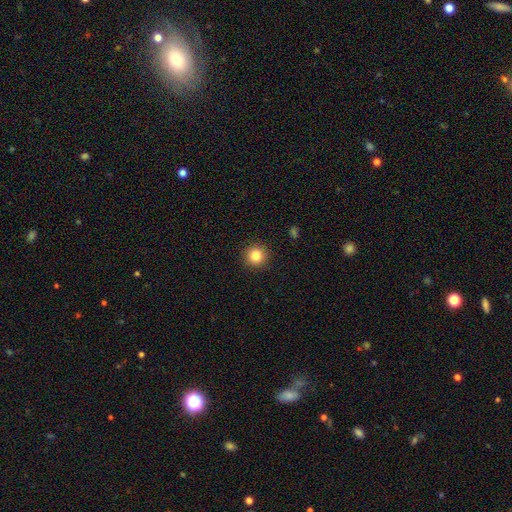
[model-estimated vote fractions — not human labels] A smooth galaxy with no disk features (83%) that is round (95%).

Vote fractions:
- Smooth or featured? smooth: 83% / star or artifact: 11% / featured or disk: 6%
- How rounded? round: 95% / in between: 5% / cigar-shaped: 1%
- Merging? none: 92% / minor disturbance: 5% / major disturbance: 2% / merger: 1%